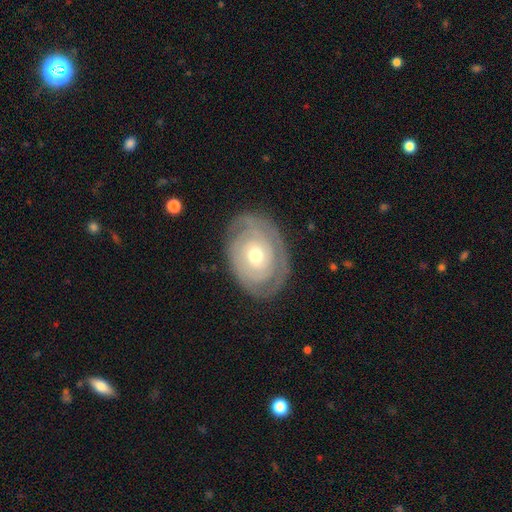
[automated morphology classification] A featured or disk galaxy (73%) with no bar (82%), spiral arms (72%) and a moderate central bulge (60%). Merging: none (79%).